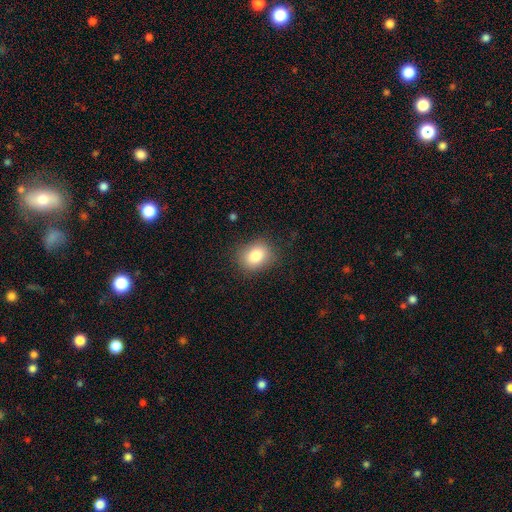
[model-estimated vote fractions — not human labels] A smooth galaxy with no disk features (82%) that is in between round and cigar-shaped (51%). Merging: none (84%).